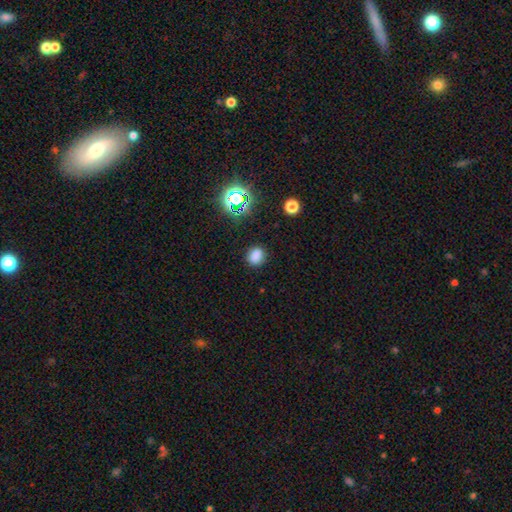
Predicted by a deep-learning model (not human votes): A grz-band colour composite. It shows a smooth galaxy with no disk features (78%) that is round (62%). Merging: none (85%).